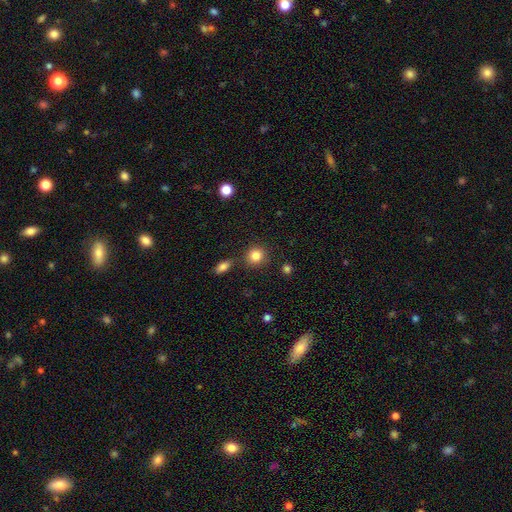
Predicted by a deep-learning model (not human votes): A smooth galaxy with no disk features (85%) that is round (89%).

Vote fractions:
- Smooth or featured? smooth: 85% / star or artifact: 10% / featured or disk: 5%
- How rounded? round: 89% / in between: 10% / cigar-shaped: 1%
- Merging? none: 81% / minor disturbance: 9% / merger: 6% / major disturbance: 3%